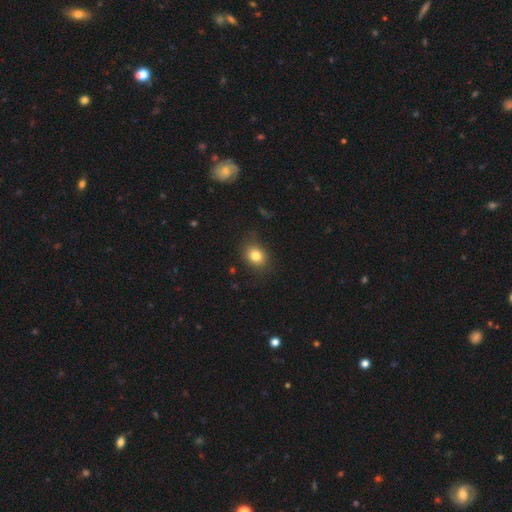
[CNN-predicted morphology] This is clearly a smooth galaxy (81%). How rounded: possibly round (52%). Merging: clearly none (81%).